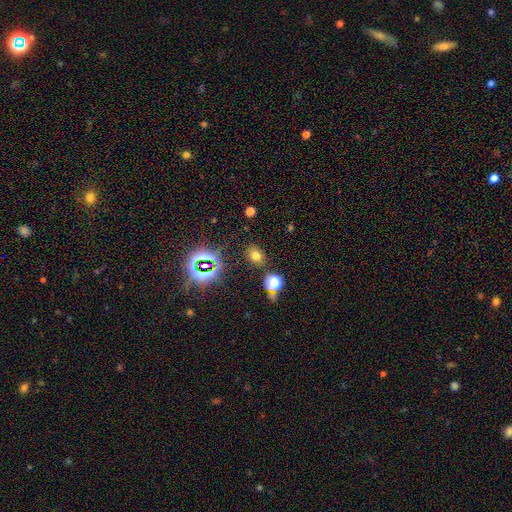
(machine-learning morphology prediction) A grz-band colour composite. It shows a smooth galaxy with no disk features (67%) that is in between round and cigar-shaped (55%). Merging: none (83%).